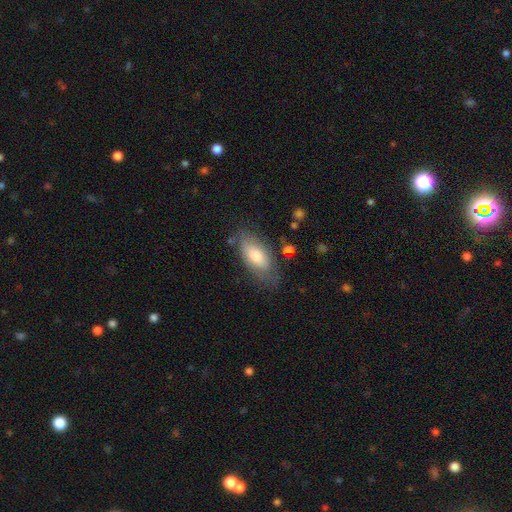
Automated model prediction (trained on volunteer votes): Smooth or featured: smooth — 70% (featured or disk — 24%)
How rounded: in between — 88% (cigar-shaped — 10%)
Merging: none — 69% (minor disturbance — 22%)